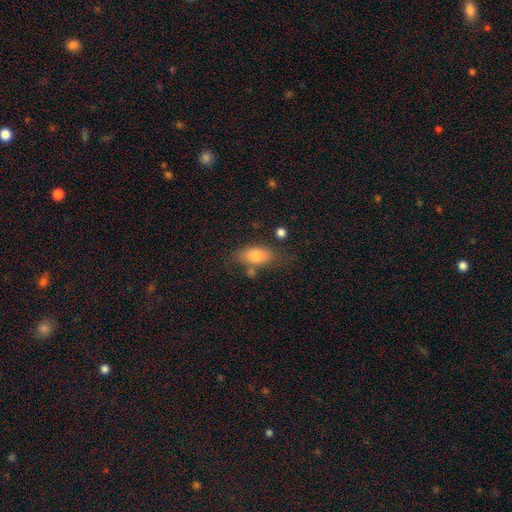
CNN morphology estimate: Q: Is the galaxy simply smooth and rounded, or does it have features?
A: smooth — 76%.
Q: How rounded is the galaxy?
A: in between — 84%.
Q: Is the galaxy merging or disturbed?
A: none — 59%.